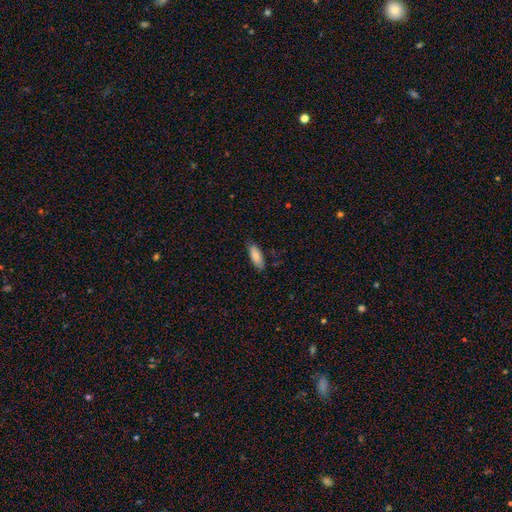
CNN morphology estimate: smooth_or_featured: smooth (p=0.87) [alt: featured or disk p=0.07]
how_rounded: in between (p=0.74) [alt: cigar-shaped p=0.25]
merging: none (p=0.79) [alt: minor disturbance p=0.16]